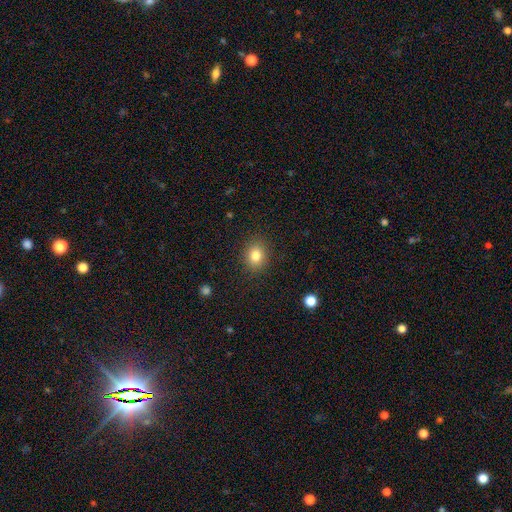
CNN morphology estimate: Smooth or featured? smooth (82%)
How rounded? round (57%)
Merging? none (88%)